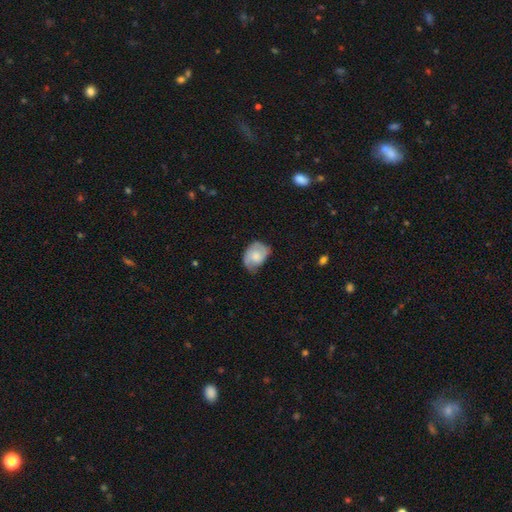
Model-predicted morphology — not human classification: type=featured or disk (47%); merging=none (49%).